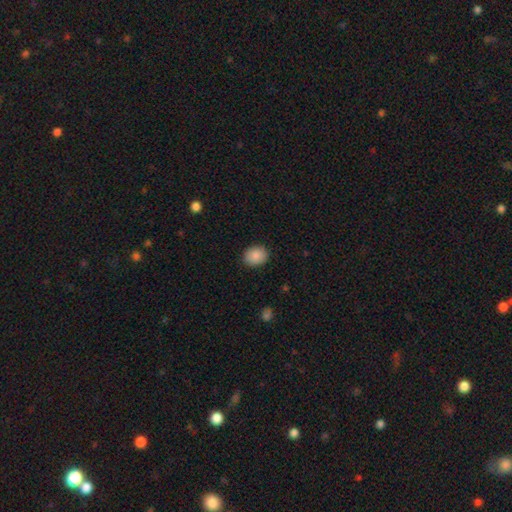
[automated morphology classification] Smooth or featured: smooth — 88% (star or artifact — 8%)
How rounded: in between — 53% (round — 46%)
Merging: none — 89% (minor disturbance — 8%)